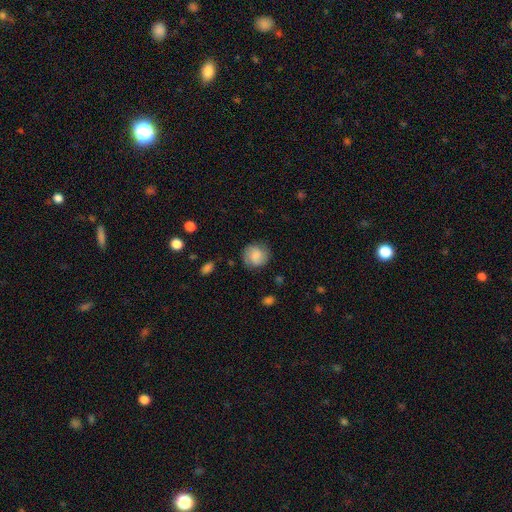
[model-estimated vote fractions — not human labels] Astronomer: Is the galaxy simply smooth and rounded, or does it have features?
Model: smooth — 71%.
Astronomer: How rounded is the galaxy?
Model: round — 86%.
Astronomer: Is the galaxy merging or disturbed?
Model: none — 79%.